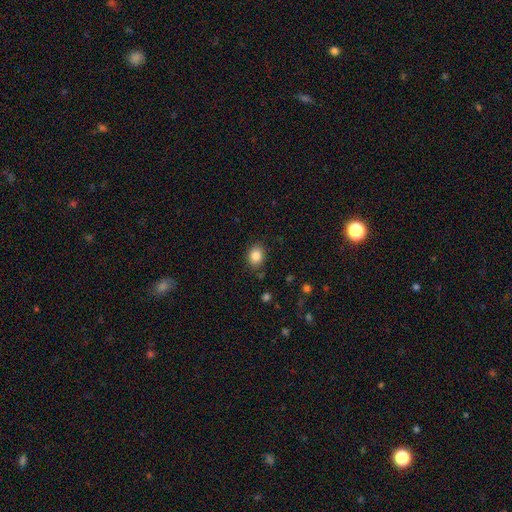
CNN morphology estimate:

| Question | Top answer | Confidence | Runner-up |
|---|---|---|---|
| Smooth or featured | smooth | 86% | star or artifact (9%) |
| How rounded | round | 55% | in between (45%) |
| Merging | none | 84% | minor disturbance (11%) |